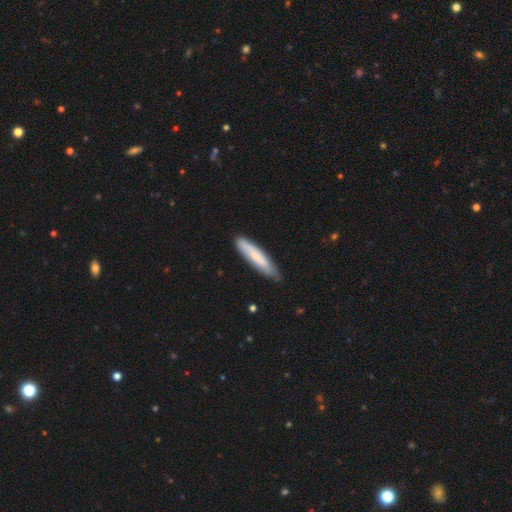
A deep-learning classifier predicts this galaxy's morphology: smooth 73%, featured or disk 22%, star or artifact 5%. Down the decision tree: how rounded — cigar-shaped (85%); merging — none (79%).